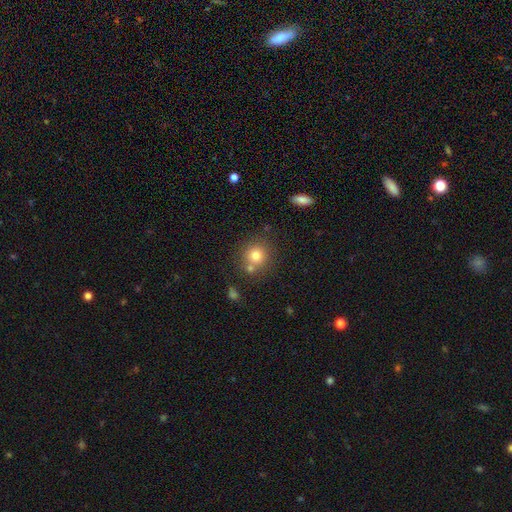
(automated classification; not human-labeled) The model was most divided on "merging": none: 68%, merger: 19%, minor disturbance: 10%, major disturbance: 3%. More confident: how rounded — round (89%); smooth or featured — smooth (77%).